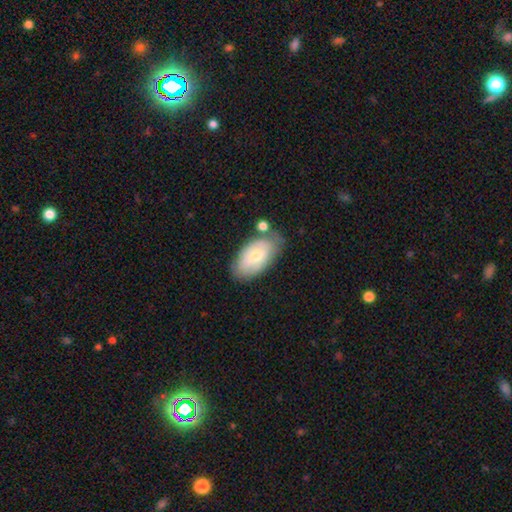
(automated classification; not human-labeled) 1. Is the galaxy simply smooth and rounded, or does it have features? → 48% smooth, 46% featured or disk, 6% star or artifact.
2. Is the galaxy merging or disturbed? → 62% none, 23% minor disturbance, 10% merger, 6% major disturbance.